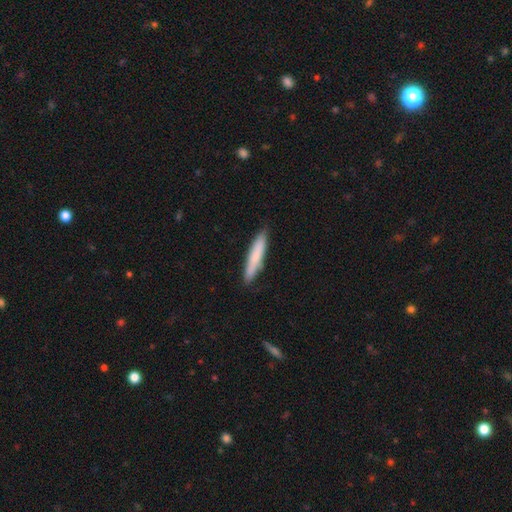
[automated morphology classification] Smooth or featured: smooth — 74% (featured or disk — 21%)
How rounded: cigar-shaped — 92% (in between — 7%)
Merging: none — 86% (minor disturbance — 11%)